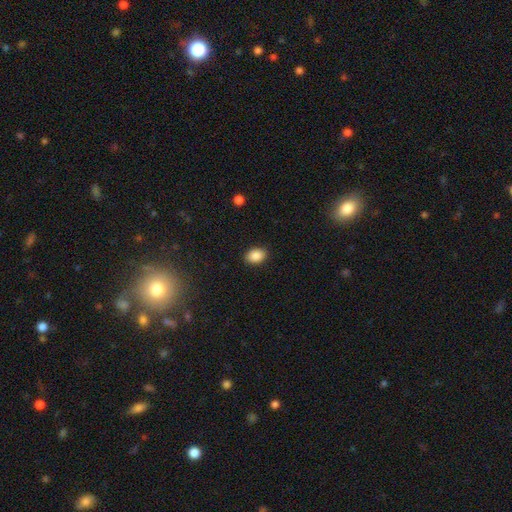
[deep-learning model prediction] smooth-or-featured: smooth: 88% | star or artifact: 8% | featured or disk: 4%
  how-rounded: in between: 78% | round: 21% | cigar-shaped: 1%
  merging: none: 89% | minor disturbance: 8% | major disturbance: 2% | merger: 1%